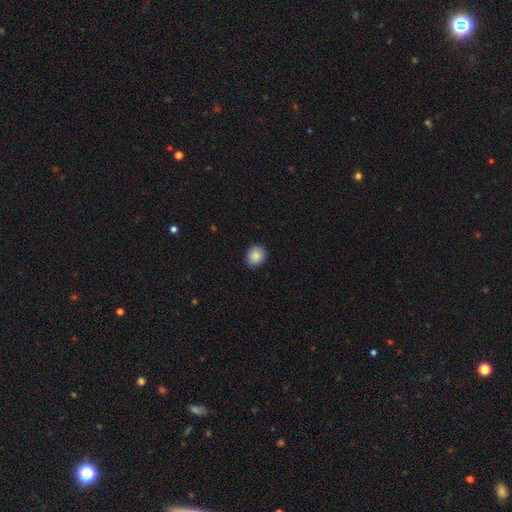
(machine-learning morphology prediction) smooth 88%, star or artifact 8%, featured or disk 4%. Down the decision tree: how rounded — round (67%); merging — none (87%).